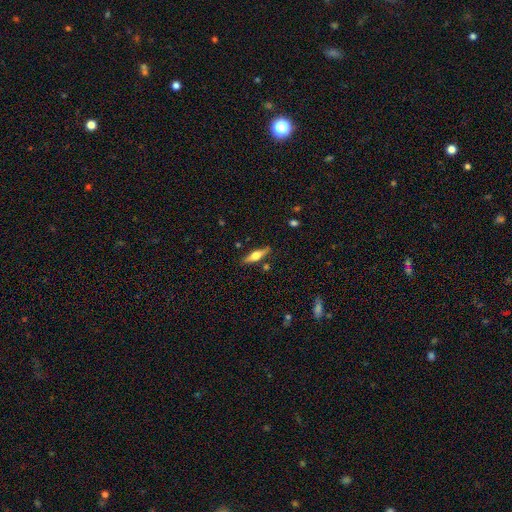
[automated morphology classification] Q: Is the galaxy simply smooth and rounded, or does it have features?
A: featured or disk — 50%.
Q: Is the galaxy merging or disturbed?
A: none — 84%.